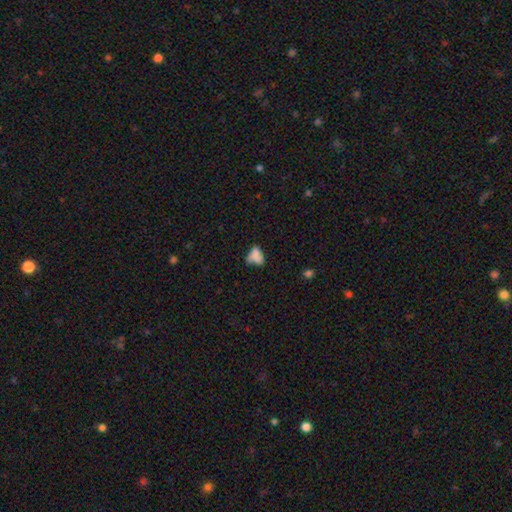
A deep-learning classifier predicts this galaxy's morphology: smooth-or-featured: smooth: 69% | featured or disk: 19% | star or artifact: 13%
  how-rounded: in between: 83% | round: 13% | cigar-shaped: 4%
  merging: none: 32% | minor disturbance: 29% | major disturbance: 23% | merger: 16%